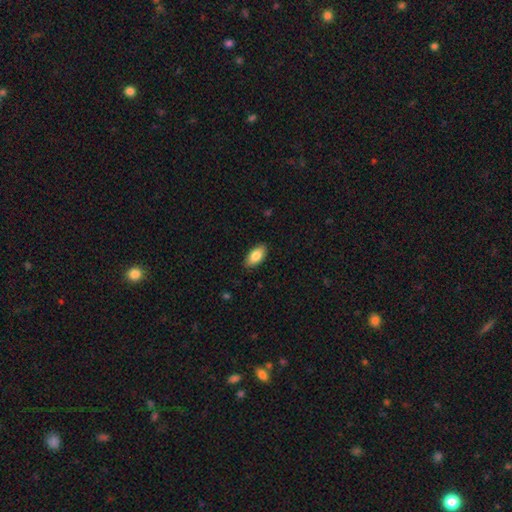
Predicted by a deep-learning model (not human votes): This is clearly a smooth galaxy (84%). How rounded: clearly in between (92%). Merging: clearly none (88%).